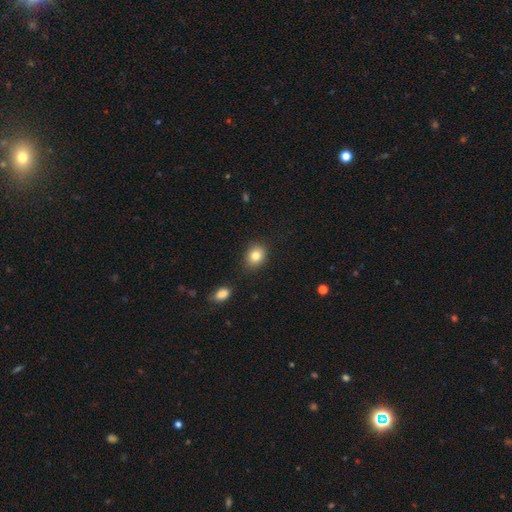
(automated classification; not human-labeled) Q: Smooth or featured?
A: smooth (83%); runner-up: star or artifact (10%)
Q: How rounded?
A: round (59%); runner-up: in between (40%)
Q: Merging?
A: none (82%); runner-up: minor disturbance (12%)